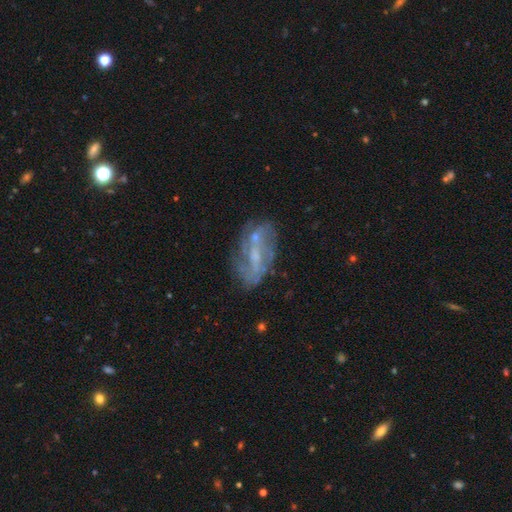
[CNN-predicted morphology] Smooth or featured: featured or disk — 68% (smooth — 21%)
Edge-on disk: no — 91% (yes — 9%)
Bar: weak — 44% (no — 37%)
Spiral arms: yes — 62% (no — 38%)
Bulge size: small — 54% (moderate — 26%)
Merging: none — 60% (minor disturbance — 20%)